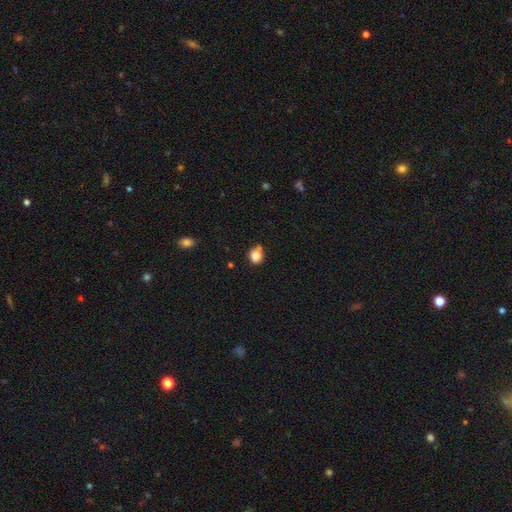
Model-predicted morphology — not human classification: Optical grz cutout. It shows a smooth galaxy with no disk features (84%) that is round (64%). Merging: none (52%).